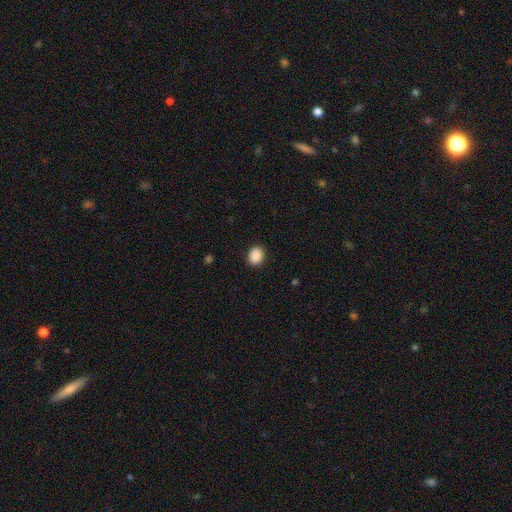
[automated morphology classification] Smooth or featured? Predicted: smooth (p=0.90). How rounded? Predicted: in between (p=0.51). Merging? Predicted: none (p=0.90).